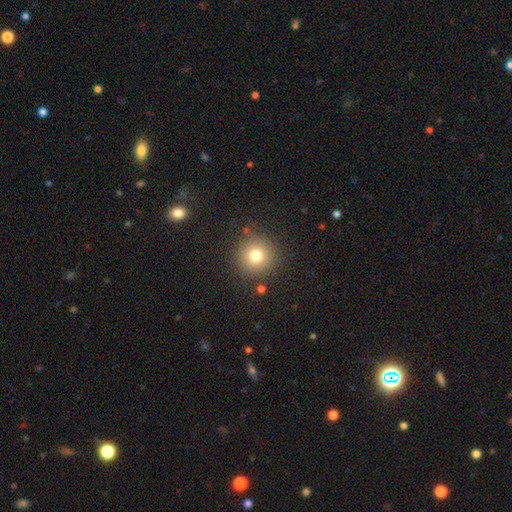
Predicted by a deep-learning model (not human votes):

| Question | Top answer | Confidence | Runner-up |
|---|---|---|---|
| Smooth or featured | smooth | 76% | star or artifact (14%) |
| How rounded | round | 95% | in between (4%) |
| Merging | none | 88% | minor disturbance (7%) |